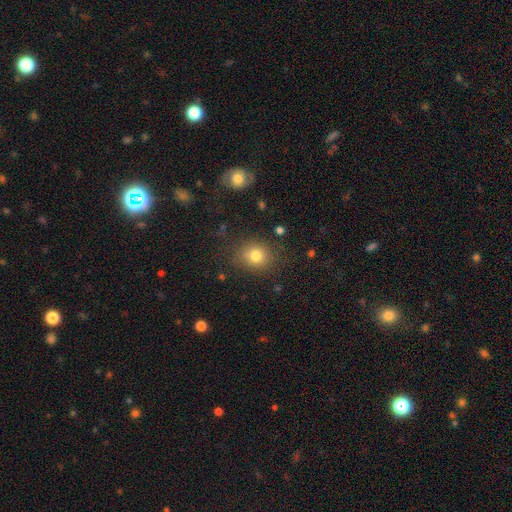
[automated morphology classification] type=smooth (79%); roundness=round (73%); merging=none (82%).